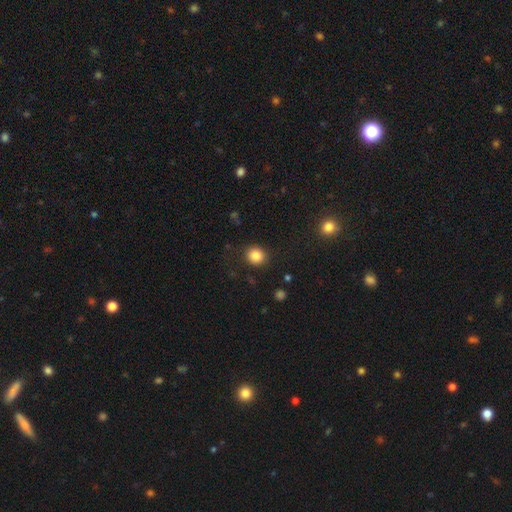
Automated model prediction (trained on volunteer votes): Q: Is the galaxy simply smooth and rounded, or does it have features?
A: smooth — 85%.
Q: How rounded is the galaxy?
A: round — 84%.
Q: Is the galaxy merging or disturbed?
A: none — 88%.